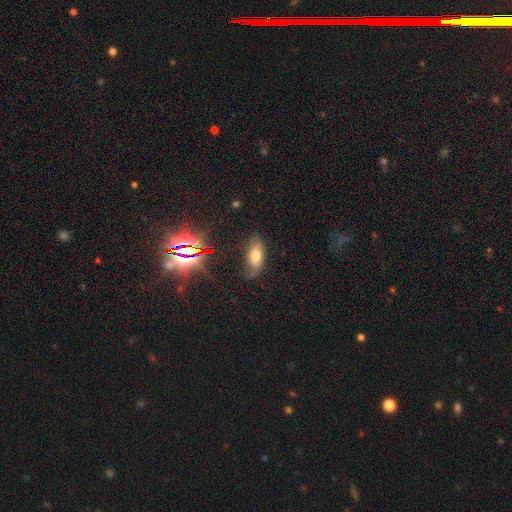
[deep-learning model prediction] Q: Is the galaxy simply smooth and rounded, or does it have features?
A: smooth — 61%.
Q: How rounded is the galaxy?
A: in between — 85%.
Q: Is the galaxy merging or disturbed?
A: none — 60%.